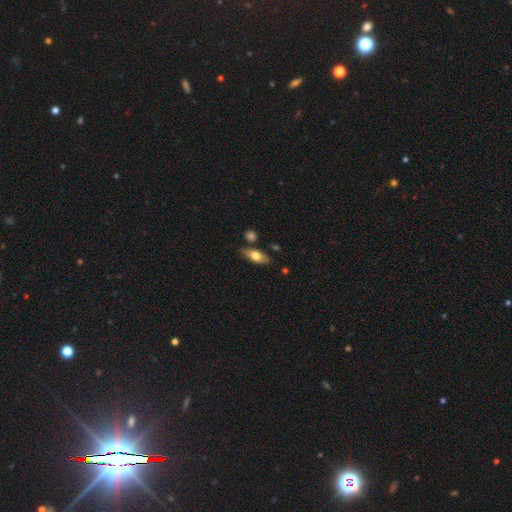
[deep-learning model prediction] The model was most divided on "smooth or featured": smooth: 60%, featured or disk: 34%, star or artifact: 6%. More confident: merging — none (78%); how rounded — in between (72%).